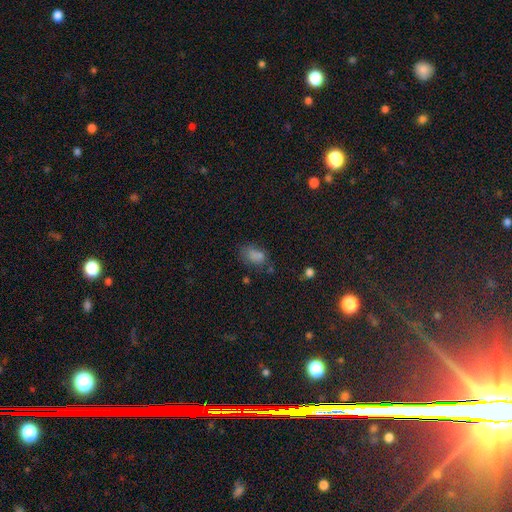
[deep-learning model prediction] smooth-or-featured: smooth: 73% | star or artifact: 15% | featured or disk: 12%
  how-rounded: in between: 81% | round: 16% | cigar-shaped: 2%
  merging: none: 45% | minor disturbance: 25% | merger: 16% | major disturbance: 14%